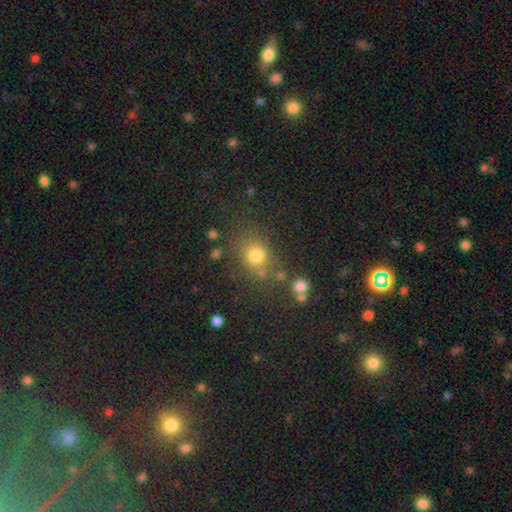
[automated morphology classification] A smooth galaxy with no disk features (73%) that is round (63%).

Vote fractions:
- Smooth or featured? smooth: 73% / star or artifact: 19% / featured or disk: 9%
- How rounded? round: 63% / in between: 35% / cigar-shaped: 1%
- Merging? none: 67% / minor disturbance: 15% / merger: 11% / major disturbance: 7%